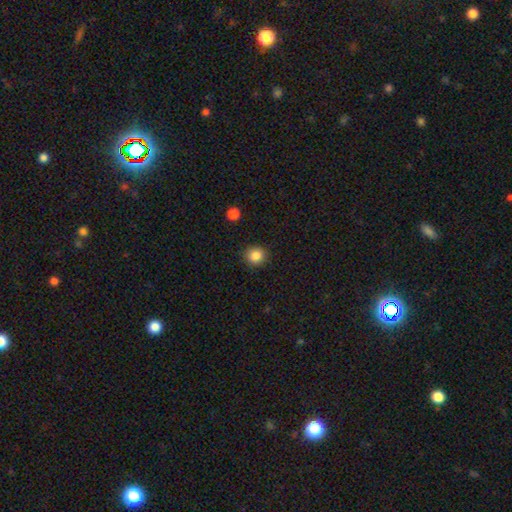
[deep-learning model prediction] Overall: smooth (85%). How rounded: round (87%). Merging: none (91%).